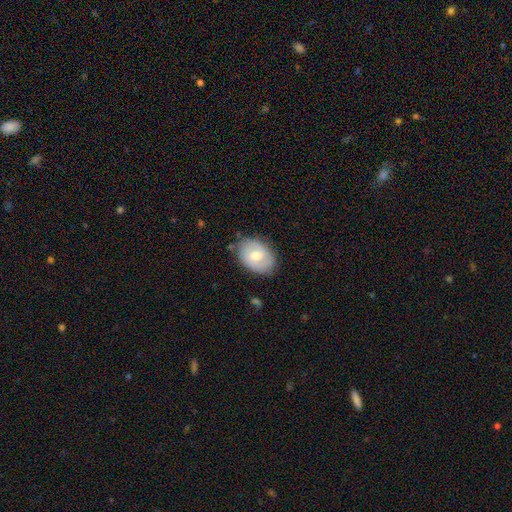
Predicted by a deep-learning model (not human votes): The model was most divided on "smooth or featured": smooth: 54%, featured or disk: 40%, star or artifact: 7%. More confident: merging — none (77%); how rounded — in between (75%).